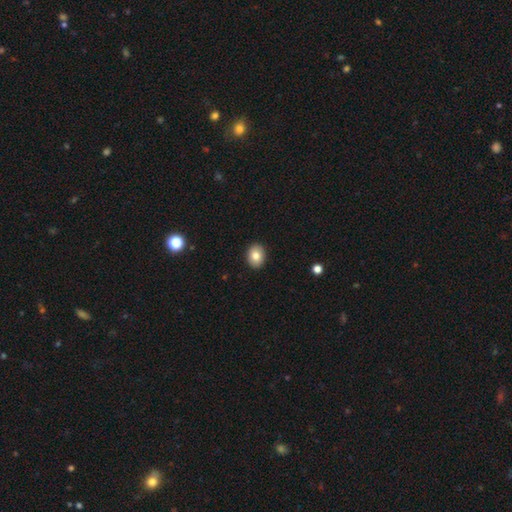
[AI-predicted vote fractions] A smooth galaxy with no disk features (83%) that is in between round and cigar-shaped (59%).

Vote fractions:
- Smooth or featured? smooth: 83% / star or artifact: 8% / featured or disk: 8%
- How rounded? in between: 59% / round: 40% / cigar-shaped: 1%
- Merging? none: 91% / minor disturbance: 6% / major disturbance: 2% / merger: 1%